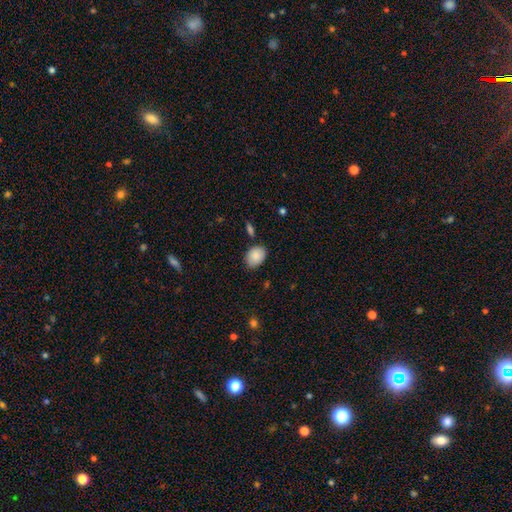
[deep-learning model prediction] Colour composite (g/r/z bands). It shows a smooth galaxy with no disk features (87%) that is in between round and cigar-shaped (76%). Merging: none (79%).